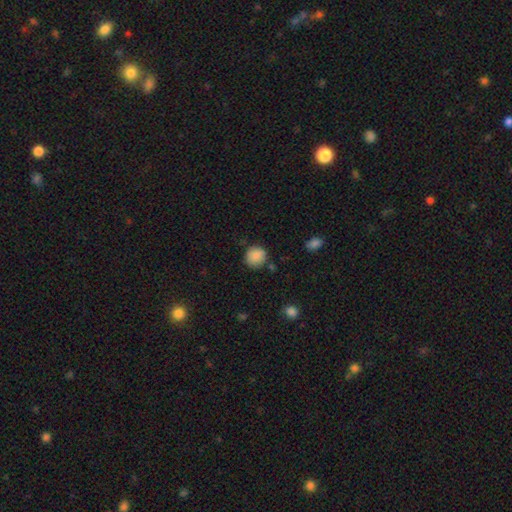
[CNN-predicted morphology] Smooth or featured?
  - smooth: 86% *
  - star or artifact: 8%
  - featured or disk: 5%
How rounded?
  - round: 82% *
  - in between: 17%
  - cigar-shaped: 1%
Merging?
  - none: 75% *
  - minor disturbance: 18%
  - major disturbance: 4%
  - merger: 3%